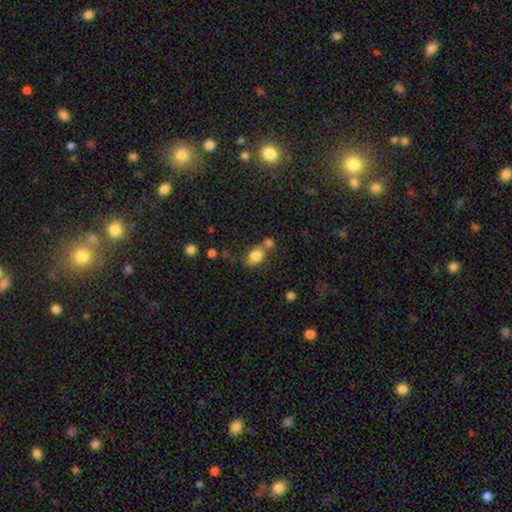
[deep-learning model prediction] Q: Smooth or featured?
A: smooth (81%); runner-up: star or artifact (10%)
Q: How rounded?
A: in between (73%); runner-up: round (25%)
Q: Merging?
A: none (43%); runner-up: merger (36%)